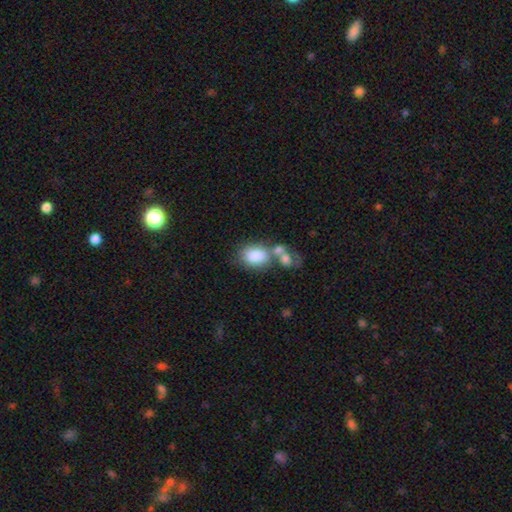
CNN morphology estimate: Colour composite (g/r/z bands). It shows a smooth galaxy with no disk features (82%) that is in between round and cigar-shaped (74%). Merging: merger (42%).